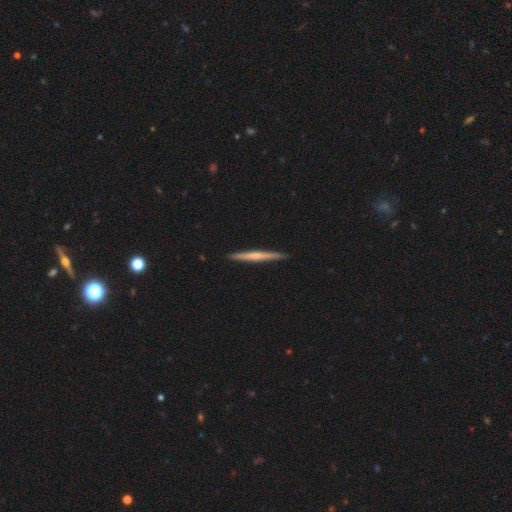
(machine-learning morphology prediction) Q: Smooth or featured?
A: featured or disk (58%); runner-up: smooth (37%)
Q: Edge-on disk?
A: yes (98%); runner-up: no (2%)
Q: Edge-on bulge?
A: rounded (49%); runner-up: none (42%)
Q: Merging?
A: none (92%); runner-up: minor disturbance (5%)